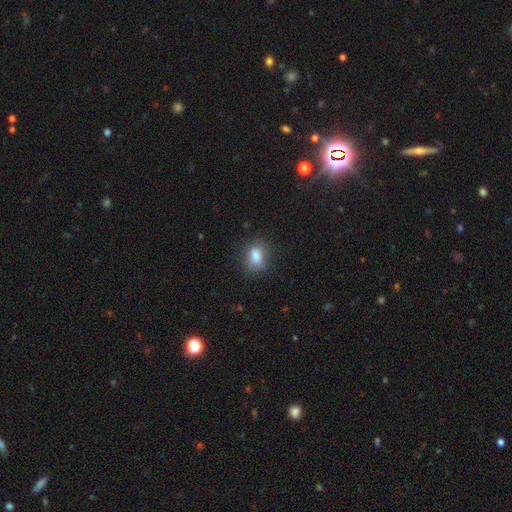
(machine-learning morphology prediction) Q: Smooth or featured?
A: smooth (83%); runner-up: star or artifact (10%)
Q: How rounded?
A: in between (75%); runner-up: round (23%)
Q: Merging?
A: none (73%); runner-up: minor disturbance (19%)